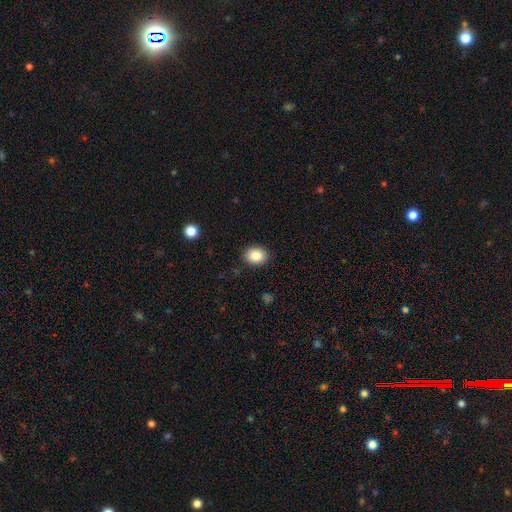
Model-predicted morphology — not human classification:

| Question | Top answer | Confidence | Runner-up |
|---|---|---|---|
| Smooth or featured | smooth | 87% | star or artifact (9%) |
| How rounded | in between | 54% | round (46%) |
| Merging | none | 89% | minor disturbance (8%) |